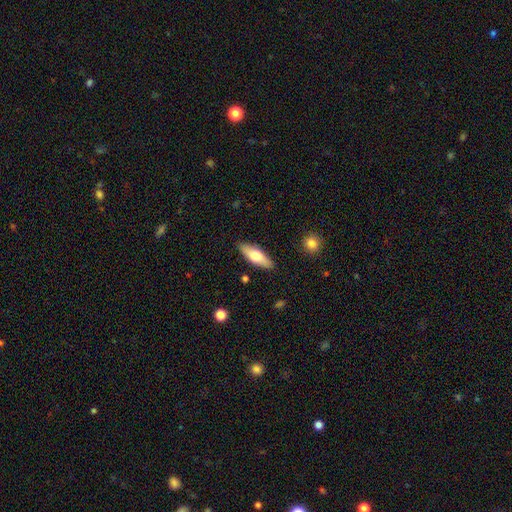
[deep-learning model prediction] smooth_or_featured: smooth (p=0.60) [alt: featured or disk p=0.34]
how_rounded: in between (p=0.60) [alt: cigar-shaped p=0.38]
merging: none (p=0.88) [alt: minor disturbance p=0.09]